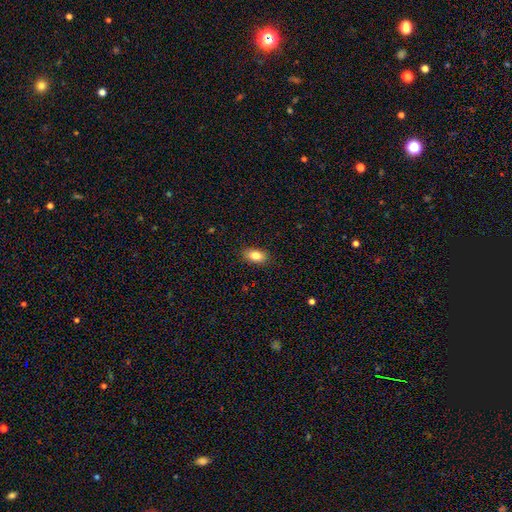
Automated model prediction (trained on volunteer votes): A smooth galaxy with no disk features (84%) that is in between round and cigar-shaped (89%).

Vote fractions:
- Smooth or featured? smooth: 84% / star or artifact: 8% / featured or disk: 8%
- How rounded? in between: 89% / round: 7% / cigar-shaped: 3%
- Merging? none: 87% / minor disturbance: 10% / major disturbance: 2% / merger: 1%